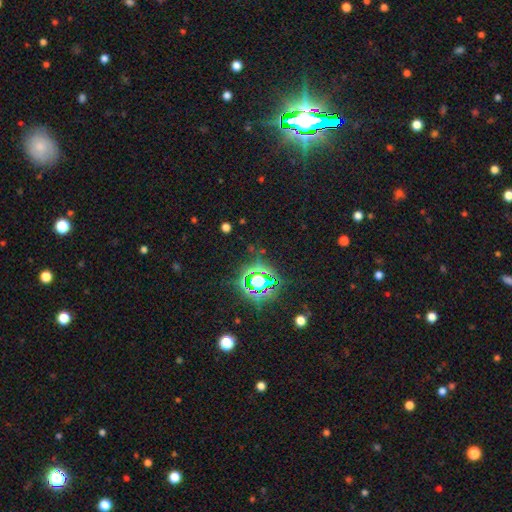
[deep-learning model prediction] This appears to be a star or artifact, not a galaxy (84%).